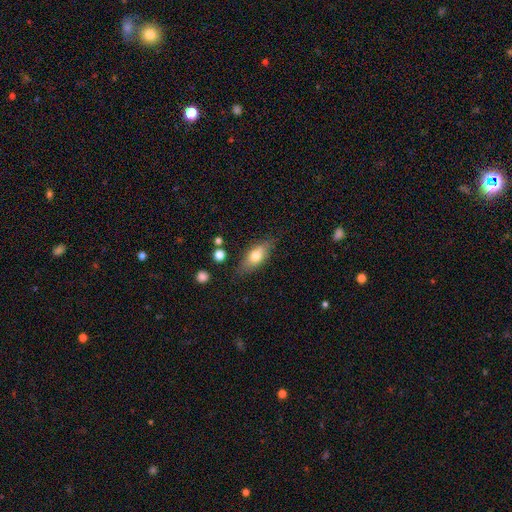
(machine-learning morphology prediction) Smooth or featured: smooth — 69% (featured or disk — 24%)
How rounded: in between — 76% (cigar-shaped — 19%)
Merging: none — 78% (minor disturbance — 16%)